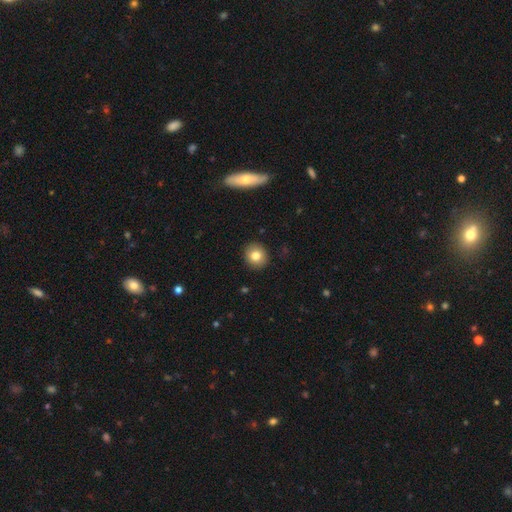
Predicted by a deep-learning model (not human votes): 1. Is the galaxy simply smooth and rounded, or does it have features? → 80% smooth, 11% featured or disk, 9% star or artifact.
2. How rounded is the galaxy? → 87% round, 12% in between, 1% cigar-shaped.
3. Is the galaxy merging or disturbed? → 91% none, 6% minor disturbance, 2% major disturbance, 1% merger.